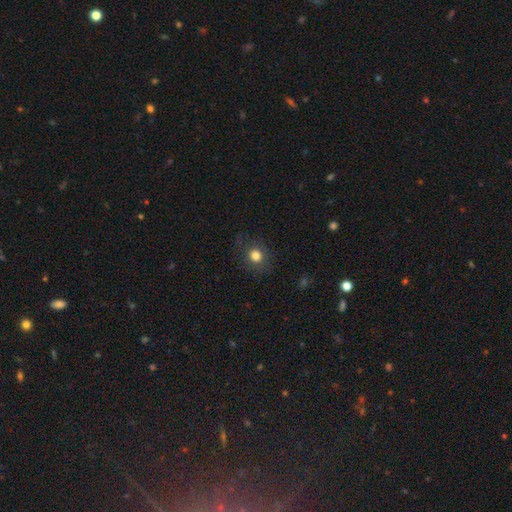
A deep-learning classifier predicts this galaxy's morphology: smooth 81%, star or artifact 12%, featured or disk 7%. Down the decision tree: how rounded — round (83%); merging — none (84%).